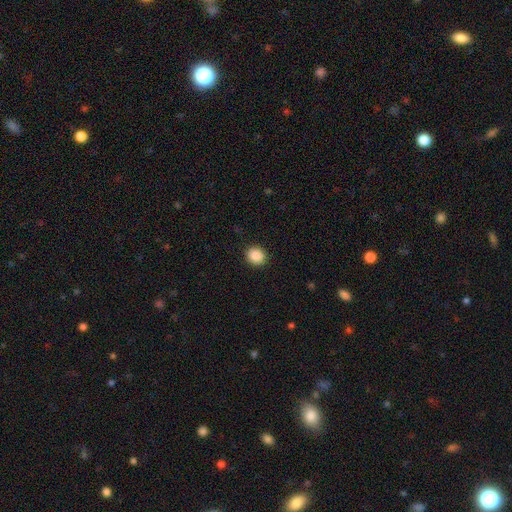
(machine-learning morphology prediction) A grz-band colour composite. It shows a smooth galaxy with no disk features (89%) that is round (71%). Merging: none (91%).